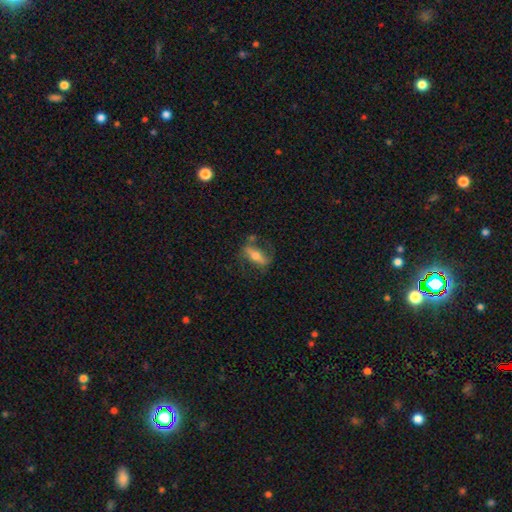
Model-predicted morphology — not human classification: smooth_or_featured: featured or disk (p=0.54) [alt: smooth p=0.39]
disk_edge_on: no (p=0.68) [alt: yes p=0.32]
merging: none (p=0.58) [alt: minor disturbance p=0.20]